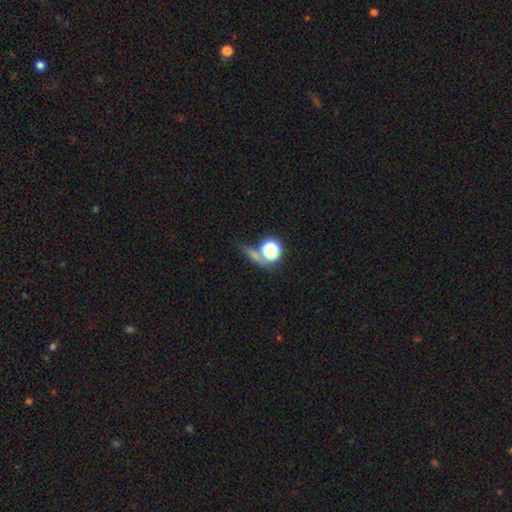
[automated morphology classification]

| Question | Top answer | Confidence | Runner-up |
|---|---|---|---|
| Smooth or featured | smooth | 49% | star or artifact (35%) |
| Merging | none | 58% | merger (18%) |